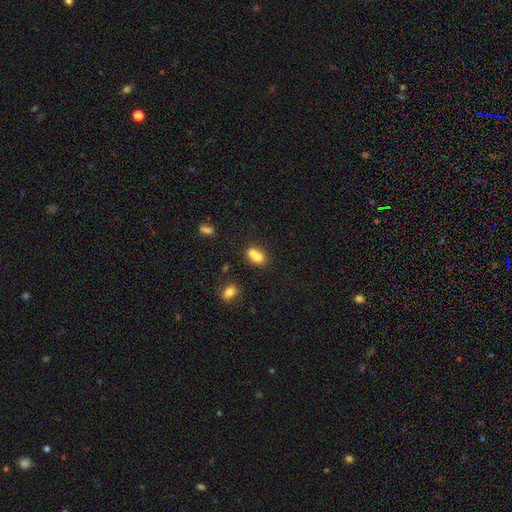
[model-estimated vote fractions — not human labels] smooth 73%, featured or disk 16%, star or artifact 11%. Down the decision tree: how rounded — in between (62%); merging — merger (60%).